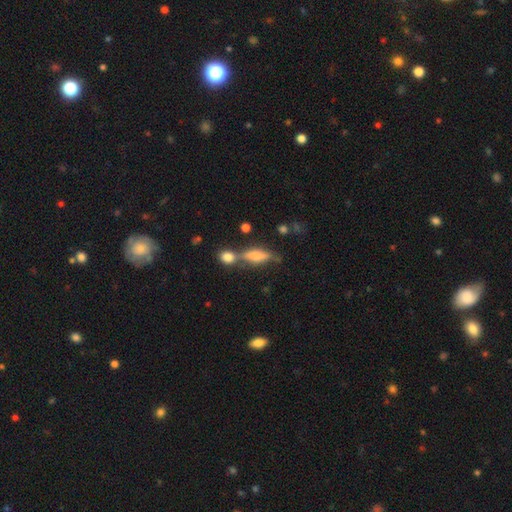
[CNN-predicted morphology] Overall: smooth (46%; featured or disk 42%). Merging: none (50%; merger 27%).